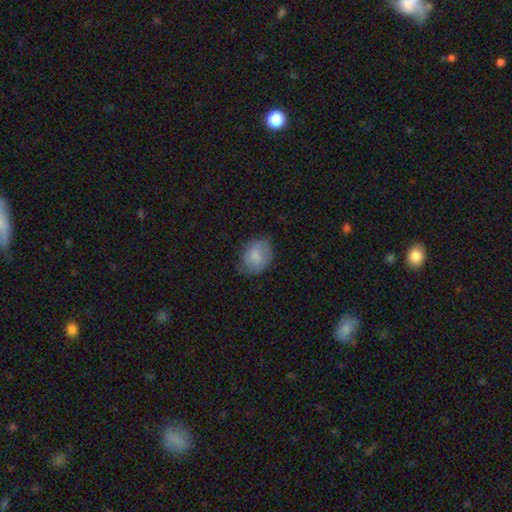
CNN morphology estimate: The model was most divided on "how rounded": in between: 62%, round: 37%, cigar-shaped: 1%. More confident: smooth or featured — smooth (74%); merging — none (61%).